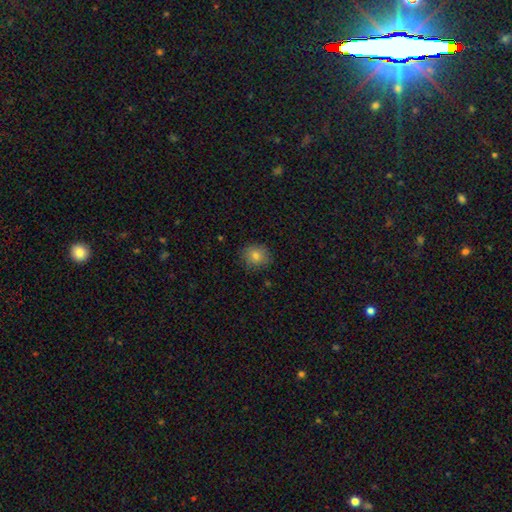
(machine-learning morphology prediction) type=smooth (80%); roundness=round (82%); merging=none (86%).